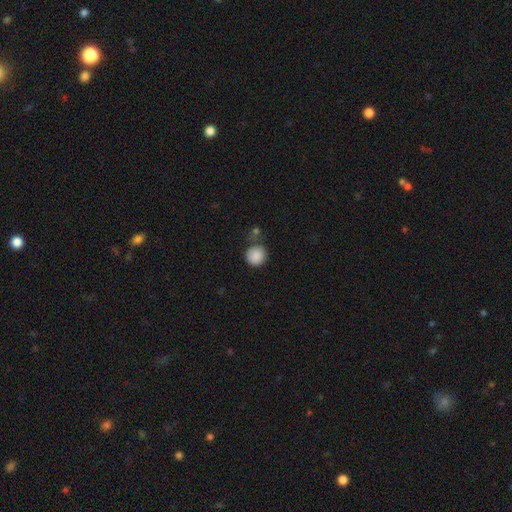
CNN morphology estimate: smooth-or-featured: smooth: 88% | star or artifact: 8% | featured or disk: 4%
  how-rounded: round: 93% | in between: 7% | cigar-shaped: 1%
  merging: none: 70% | minor disturbance: 15% | merger: 10% | major disturbance: 5%